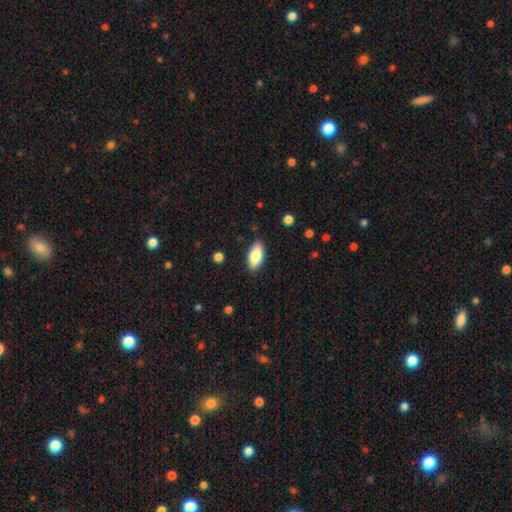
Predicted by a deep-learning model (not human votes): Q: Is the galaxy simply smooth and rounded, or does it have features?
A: smooth — 82%.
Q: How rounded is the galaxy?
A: in between — 89%.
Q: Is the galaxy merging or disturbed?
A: none — 87%.